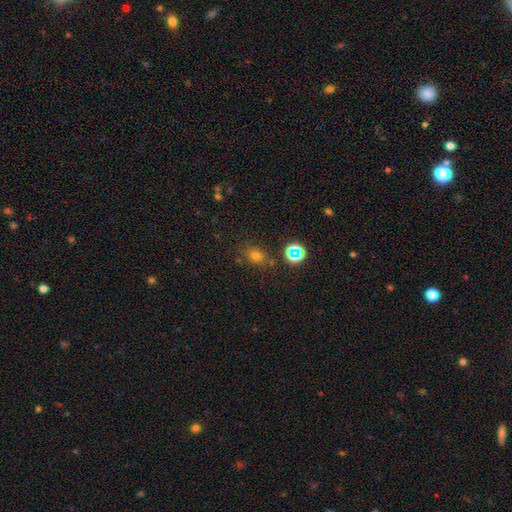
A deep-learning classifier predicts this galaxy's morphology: A smooth galaxy with no disk features (66%) that is round (59%). Merging: none (78%).